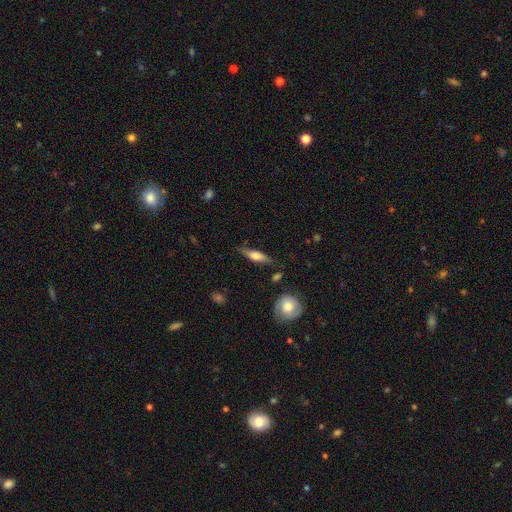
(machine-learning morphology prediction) Smooth or featured?
  - smooth: 47% *
  - featured or disk: 46%
  - star or artifact: 7%
Merging?
  - none: 75% *
  - minor disturbance: 18%
  - major disturbance: 4%
  - merger: 3%